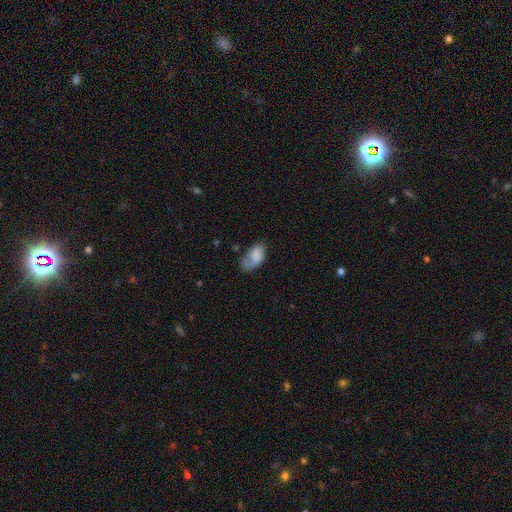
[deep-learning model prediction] smooth_or_featured: smooth (p=0.69) [alt: featured or disk p=0.24]
how_rounded: in between (p=0.93) [alt: round p=0.05]
merging: none (p=0.38) [alt: minor disturbance p=0.29]